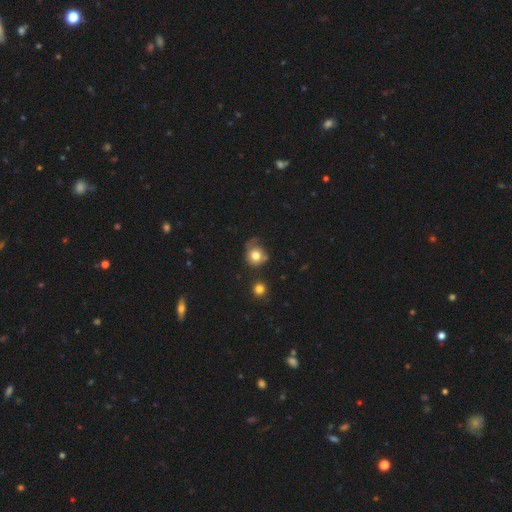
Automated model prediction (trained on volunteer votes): Q: Smooth or featured?
A: smooth (76%); runner-up: featured or disk (14%)
Q: How rounded?
A: round (83%); runner-up: in between (16%)
Q: Merging?
A: none (49%); runner-up: minor disturbance (29%)